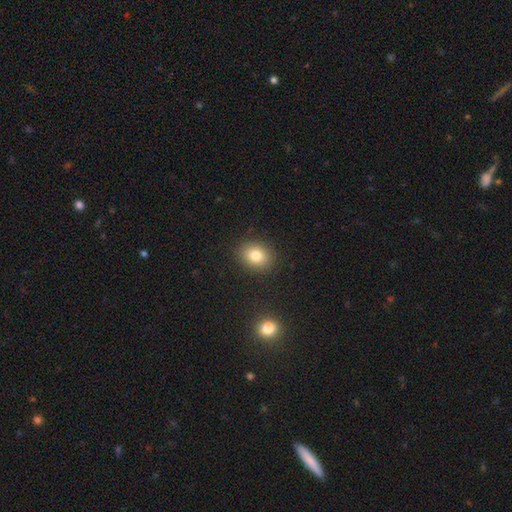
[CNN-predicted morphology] Q: Smooth or featured?
A: smooth (80%); runner-up: star or artifact (11%)
Q: How rounded?
A: round (52%); runner-up: in between (47%)
Q: Merging?
A: none (89%); runner-up: minor disturbance (7%)